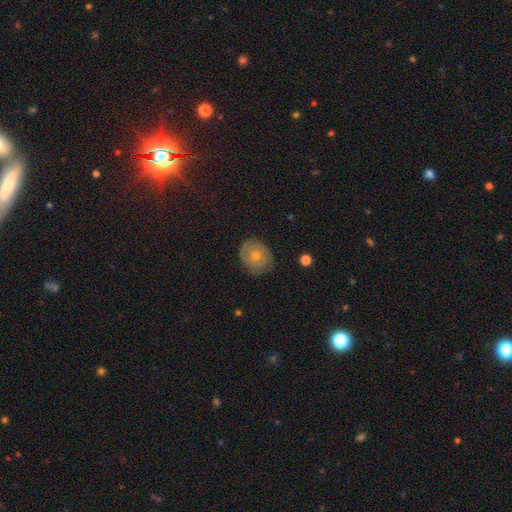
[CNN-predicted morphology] smooth-or-featured: featured or disk: 49% | smooth: 39% | star or artifact: 12%
  merging: none: 81% | minor disturbance: 14% | major disturbance: 4% | merger: 1%